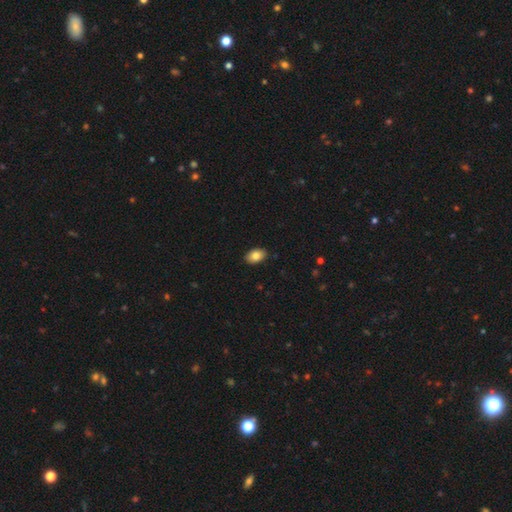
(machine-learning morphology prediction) A smooth galaxy with no disk features (84%) that is in between round and cigar-shaped (89%). Merging: none (89%).